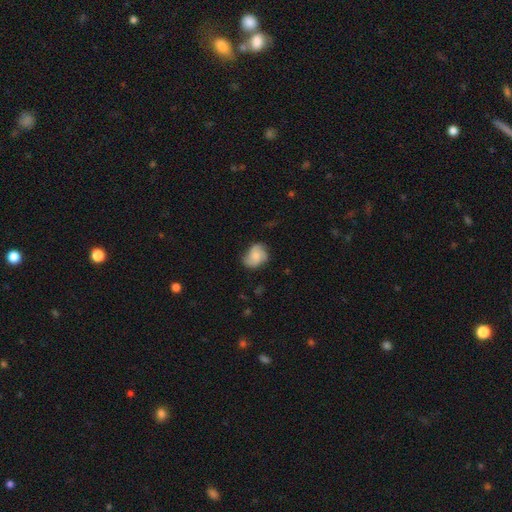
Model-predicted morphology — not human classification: This is possibly a smooth galaxy (53%). How rounded: likely in between (60%). Merging: likely none (60%).